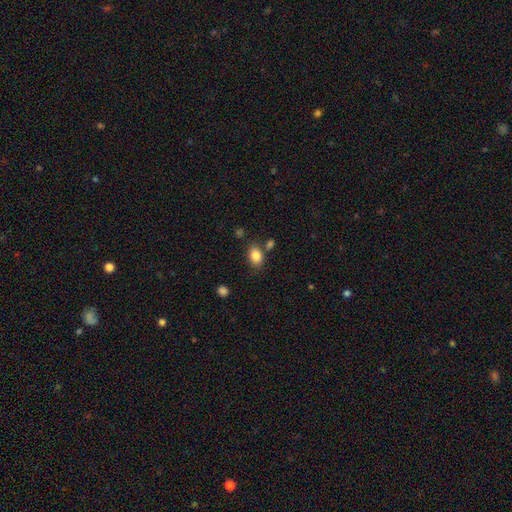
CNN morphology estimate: This is clearly a smooth galaxy (84%). How rounded: clearly in between (81%). Merging: likely none (75%).